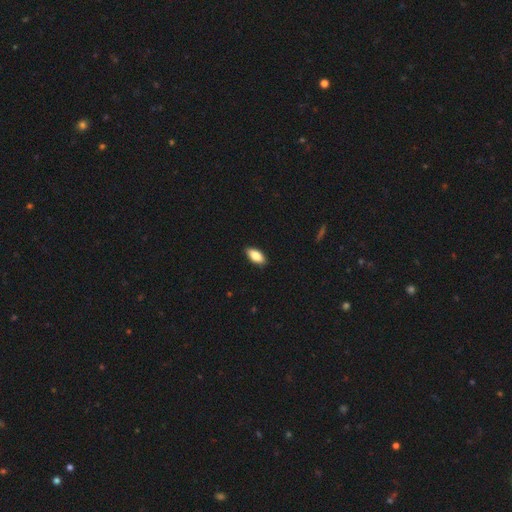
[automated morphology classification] Smooth or featured?
  - smooth: 82% *
  - featured or disk: 11%
  - star or artifact: 6%
How rounded?
  - in between: 87% *
  - cigar-shaped: 10%
  - round: 3%
Merging?
  - none: 89% *
  - minor disturbance: 9%
  - major disturbance: 2%
  - merger: 1%